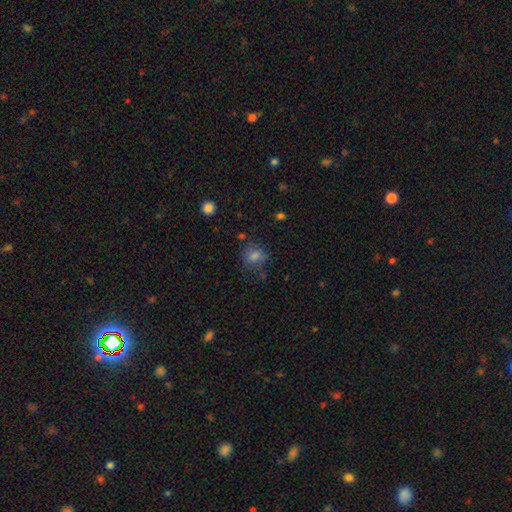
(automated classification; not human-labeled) Morphology: type=smooth (74%); roundness=round (66%); merging=none (69%).